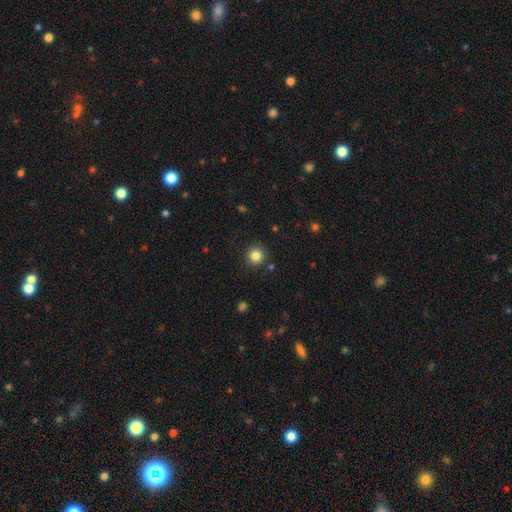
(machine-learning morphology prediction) Q: Smooth or featured?
A: smooth (83%); runner-up: star or artifact (12%)
Q: How rounded?
A: round (95%); runner-up: in between (4%)
Q: Merging?
A: none (90%); runner-up: minor disturbance (6%)